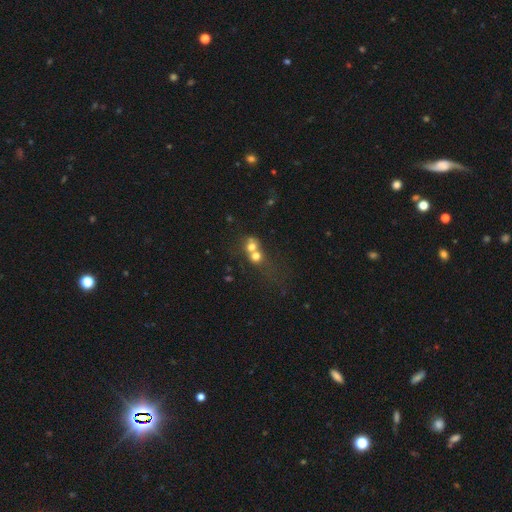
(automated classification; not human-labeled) A smooth galaxy with no disk features (62%) that is round (75%).

Vote fractions:
- Smooth or featured? smooth: 62% / featured or disk: 21% / star or artifact: 16%
- How rounded? round: 75% / in between: 24% / cigar-shaped: 2%
- Merging? merger: 64% / none: 25% / minor disturbance: 6% / major disturbance: 5%